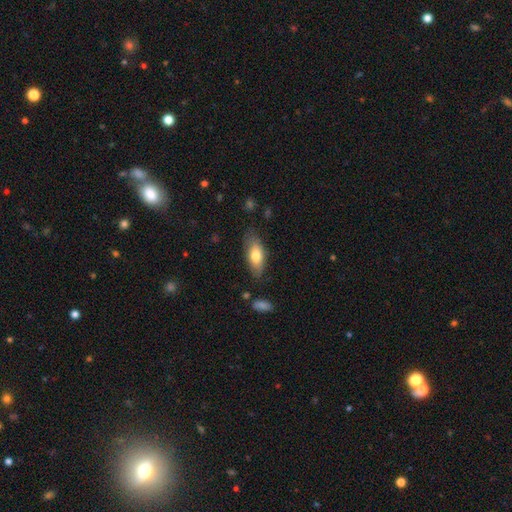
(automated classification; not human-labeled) Q: Smooth or featured?
A: smooth (73%); runner-up: featured or disk (20%)
Q: How rounded?
A: in between (80%); runner-up: cigar-shaped (17%)
Q: Merging?
A: none (77%); runner-up: minor disturbance (18%)